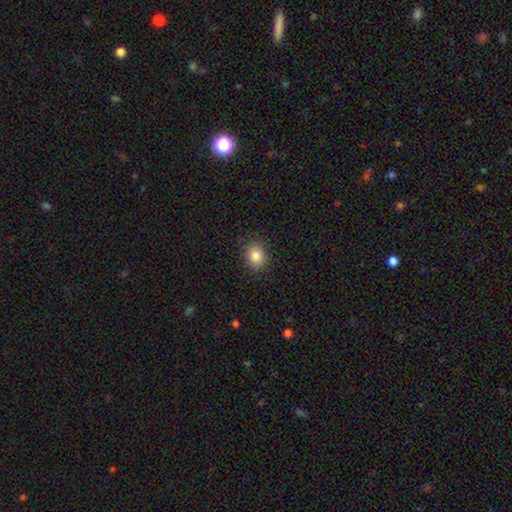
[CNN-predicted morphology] Smooth or featured? Predicted: smooth (p=0.85). How rounded? Predicted: round (p=0.67). Merging? Predicted: none (p=0.88).